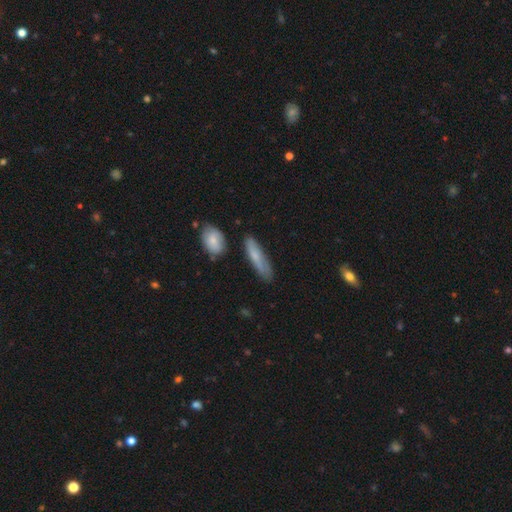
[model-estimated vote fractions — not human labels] Smooth or featured: smooth — 70% (featured or disk — 24%)
How rounded: cigar-shaped — 69% (in between — 29%)
Merging: none — 71% (minor disturbance — 20%)